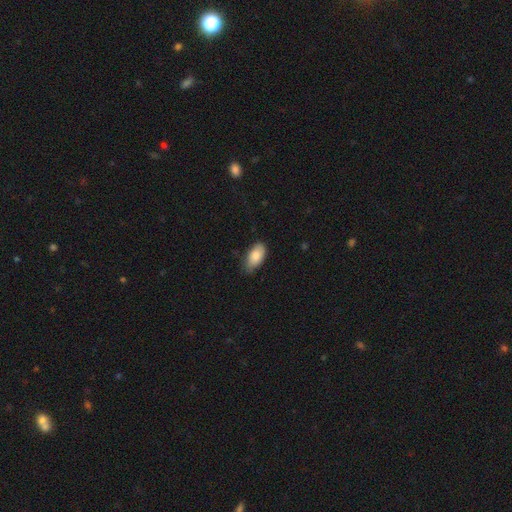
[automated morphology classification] Smooth or featured?
  - smooth: 84% *
  - featured or disk: 10%
  - star or artifact: 6%
How rounded?
  - in between: 93% *
  - cigar-shaped: 4%
  - round: 3%
Merging?
  - none: 68% *
  - minor disturbance: 28%
  - major disturbance: 4%
  - merger: 1%